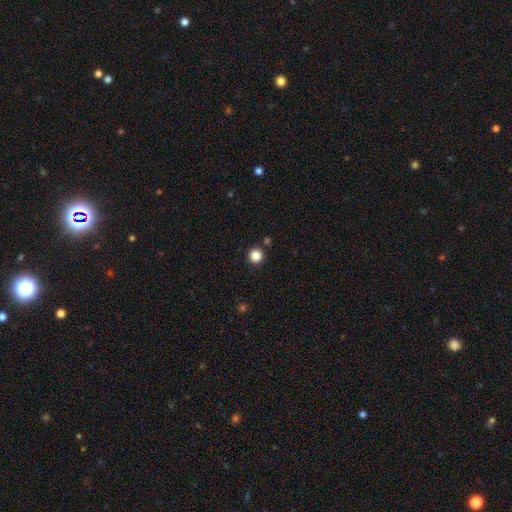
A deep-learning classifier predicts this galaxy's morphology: This is clearly a smooth galaxy (85%). How rounded: clearly round (96%). Merging: clearly none (90%).